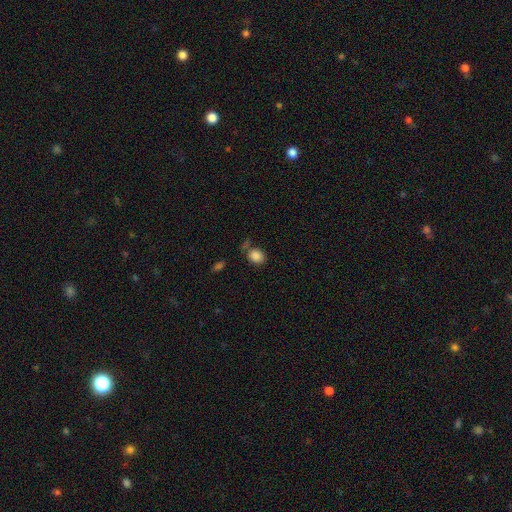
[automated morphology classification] A smooth galaxy with no disk features (86%) that is round (51%). Merging: none (68%).